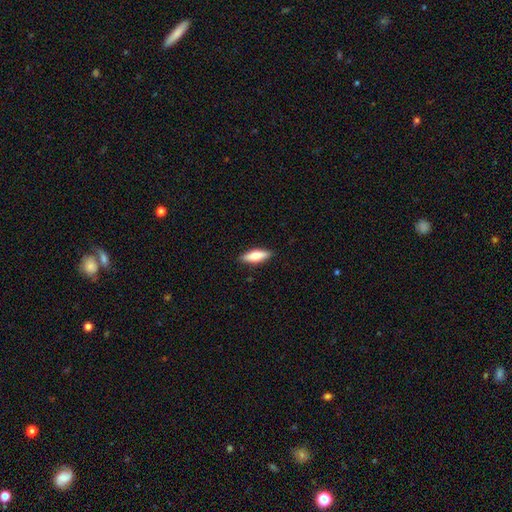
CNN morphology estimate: Smooth or featured?
  - smooth: 69% *
  - featured or disk: 25%
  - star or artifact: 6%
How rounded?
  - in between: 58% *
  - cigar-shaped: 39%
  - round: 2%
Merging?
  - none: 88% *
  - minor disturbance: 9%
  - major disturbance: 2%
  - merger: 1%